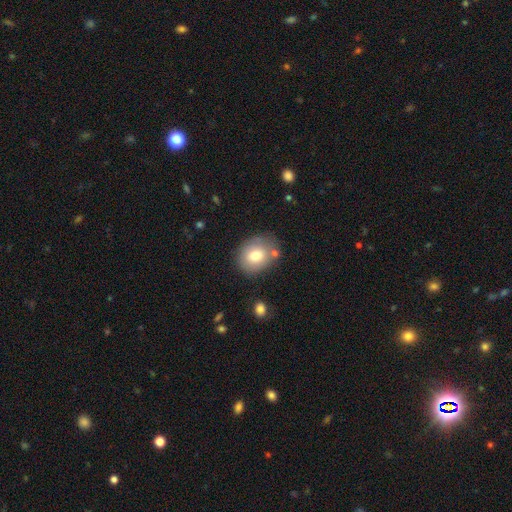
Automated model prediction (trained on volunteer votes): A smooth galaxy with no disk features (75%) that is round (55%).

Vote fractions:
- Smooth or featured? smooth: 75% / featured or disk: 16% / star or artifact: 9%
- How rounded? round: 55% / in between: 44% / cigar-shaped: 1%
- Merging? none: 71% / minor disturbance: 16% / merger: 8% / major disturbance: 4%